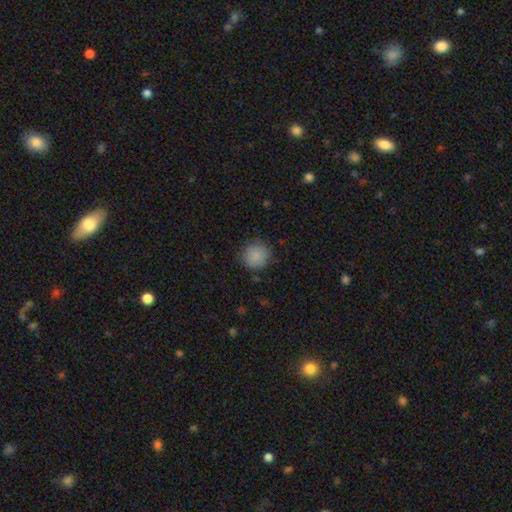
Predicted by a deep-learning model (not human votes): This is clearly a smooth galaxy (87%). How rounded: clearly round (91%). Merging: clearly none (85%).